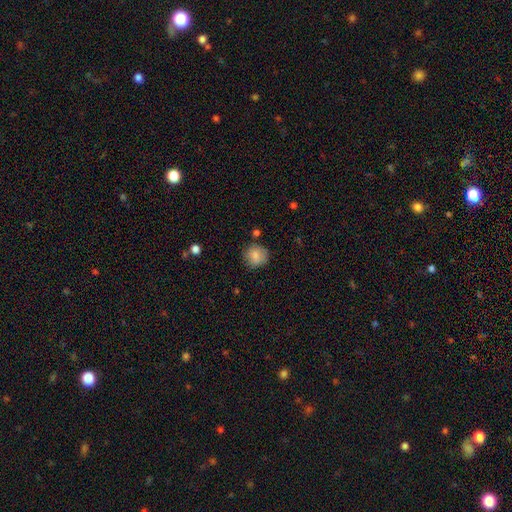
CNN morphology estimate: Overall: smooth (81%). How rounded: round (87%). Merging: none (78%).